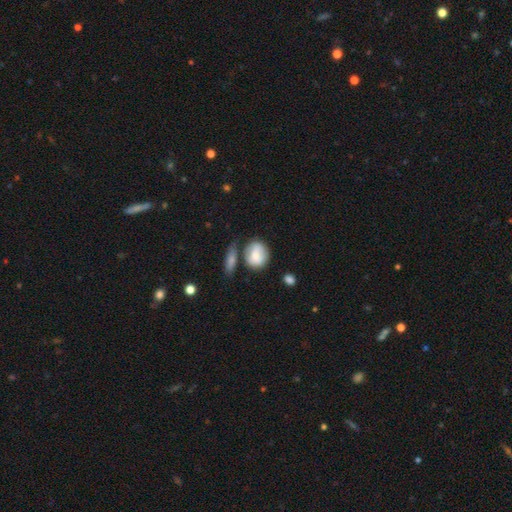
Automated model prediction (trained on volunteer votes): smooth_or_featured: smooth (p=0.71) [alt: featured or disk p=0.23]
how_rounded: round (p=0.63) [alt: in between p=0.35]
merging: none (p=0.48) [alt: minor disturbance p=0.24]